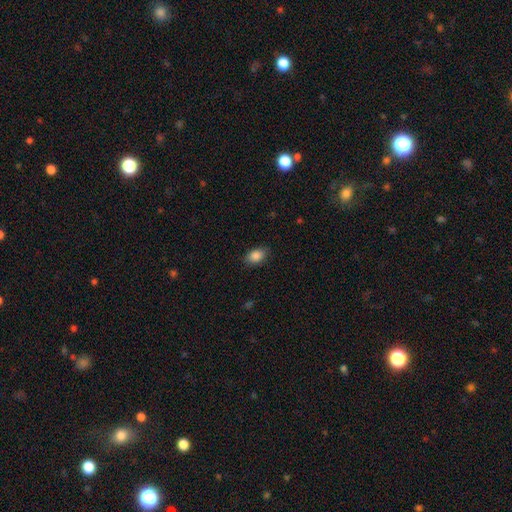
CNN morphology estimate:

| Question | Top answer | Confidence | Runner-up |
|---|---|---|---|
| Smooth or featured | smooth | 88% | star or artifact (8%) |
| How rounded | in between | 84% | round (15%) |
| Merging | none | 85% | minor disturbance (11%) |